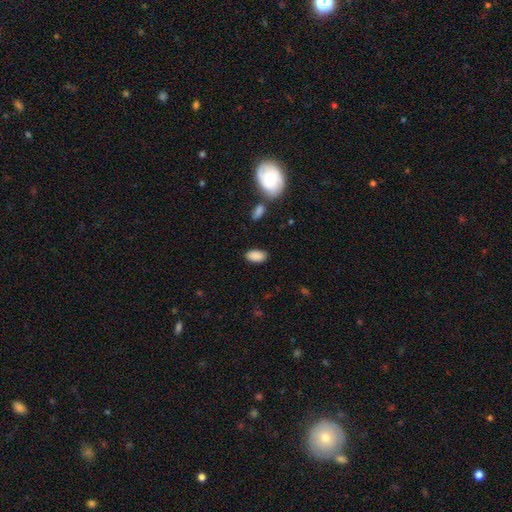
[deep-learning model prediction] smooth 88%, star or artifact 8%, featured or disk 4%. Down the decision tree: how rounded — in between (94%); merging — none (85%).